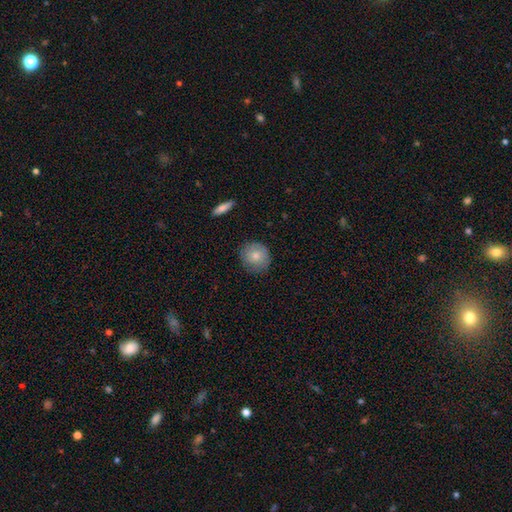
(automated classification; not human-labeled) This is likely a smooth galaxy (74%). How rounded: clearly round (87%). Merging: likely none (80%).